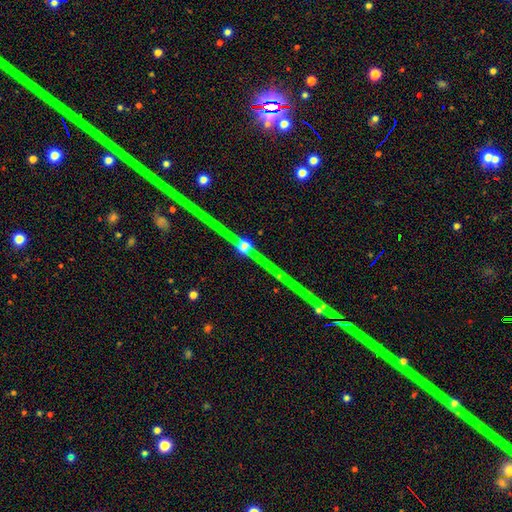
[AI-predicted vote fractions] The model was most divided on "smooth or featured": star or artifact: 81%, featured or disk: 12%, smooth: 8%.